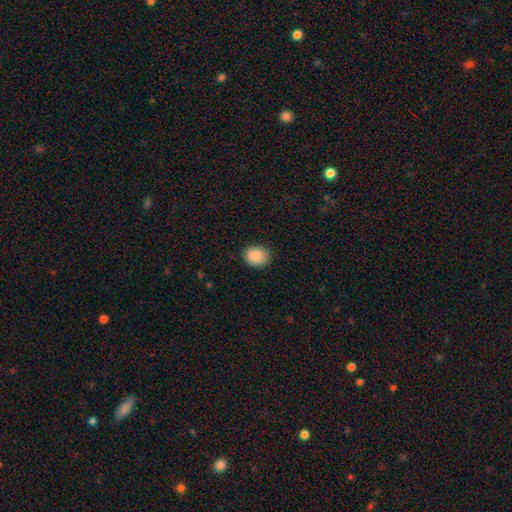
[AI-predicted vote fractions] Q: Smooth or featured?
A: smooth (89%); runner-up: star or artifact (8%)
Q: How rounded?
A: round (64%); runner-up: in between (35%)
Q: Merging?
A: none (86%); runner-up: minor disturbance (11%)